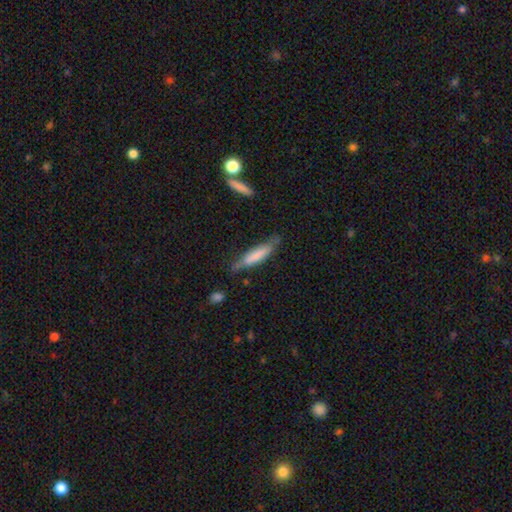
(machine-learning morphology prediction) A smooth galaxy with no disk features (68%) that is cigar-shaped (83%).

Vote fractions:
- Smooth or featured? smooth: 68% / featured or disk: 27% / star or artifact: 6%
- How rounded? cigar-shaped: 83% / in between: 15% / round: 1%
- Merging? none: 68% / minor disturbance: 24% / major disturbance: 5% / merger: 3%